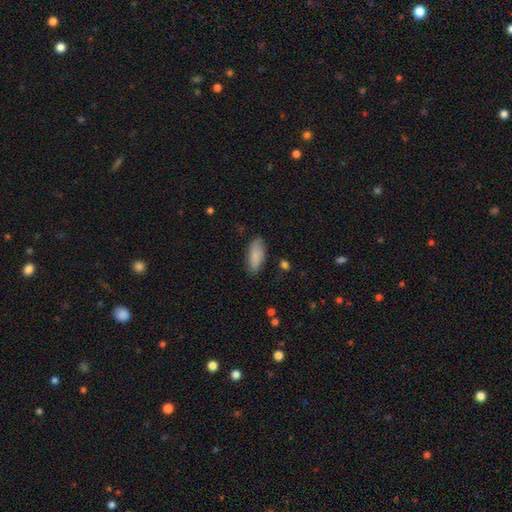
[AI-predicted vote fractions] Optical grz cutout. It shows a smooth galaxy with no disk features (86%) that is in between round and cigar-shaped (82%). Merging: none (81%).